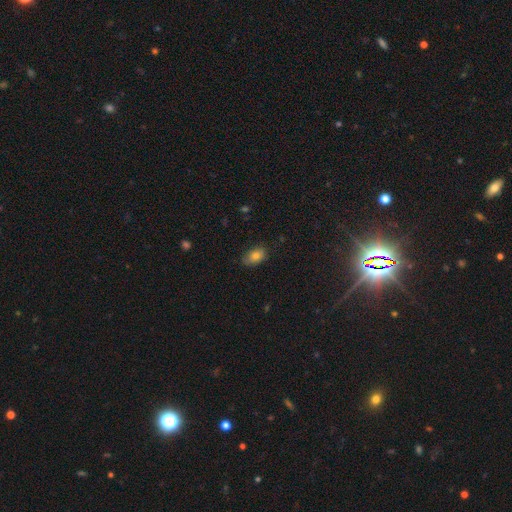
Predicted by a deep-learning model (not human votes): A smooth galaxy with no disk features (80%) that is in between round and cigar-shaped (86%). Merging: none (72%).